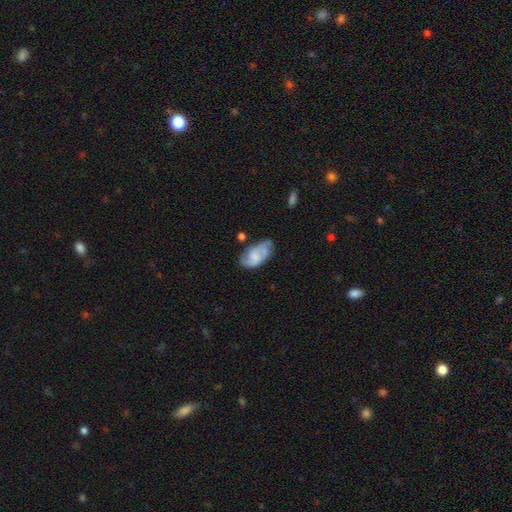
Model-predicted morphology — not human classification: This is possibly a featured or disk galaxy (47%). Merging: possibly none (49%).